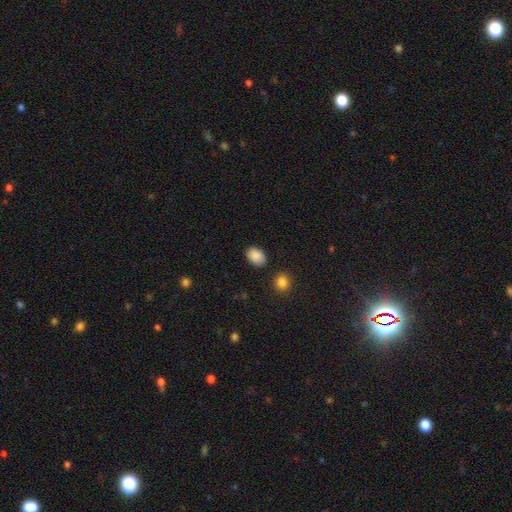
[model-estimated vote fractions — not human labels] Smooth or featured? smooth (89%)
How rounded? in between (79%)
Merging? none (85%)